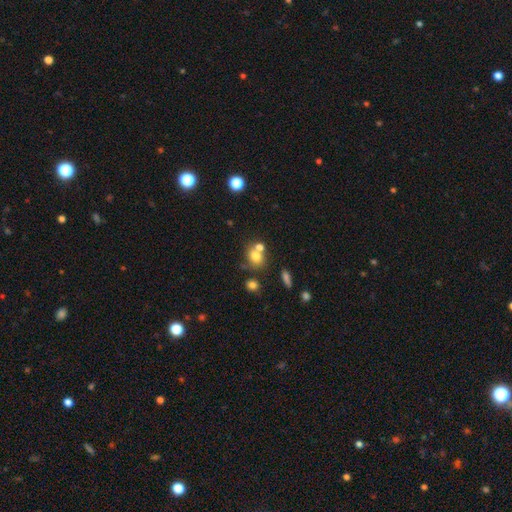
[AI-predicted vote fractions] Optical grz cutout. It shows a smooth galaxy with no disk features (73%) that is round (64%). Merging: none (46%).